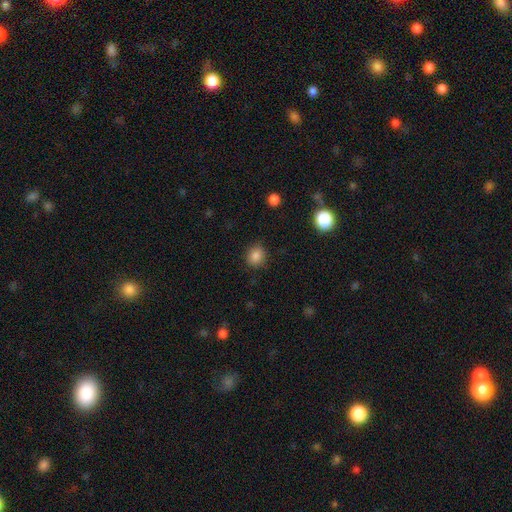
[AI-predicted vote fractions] This appears to be a smooth galaxy with no disk features (85%) that is round (78%). Merging: none (86%).